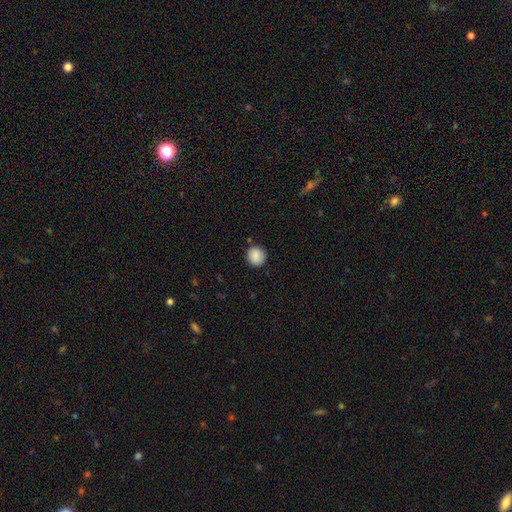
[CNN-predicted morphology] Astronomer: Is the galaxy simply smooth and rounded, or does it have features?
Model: smooth — 87%.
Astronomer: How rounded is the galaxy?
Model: round — 92%.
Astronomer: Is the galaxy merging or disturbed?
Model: none — 88%.